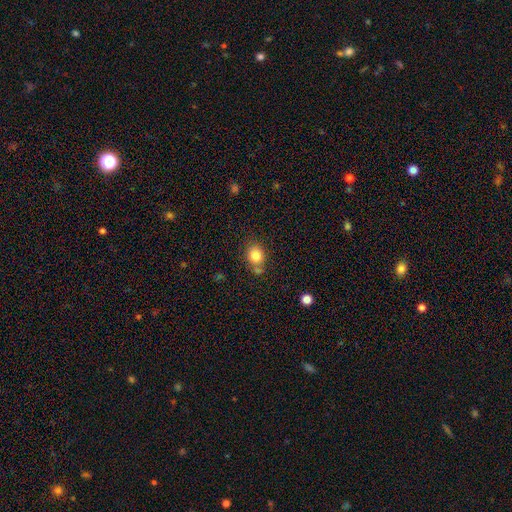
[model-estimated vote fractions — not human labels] This appears to be a smooth galaxy with no disk features (83%) that is round (64%). Merging: none (65%).